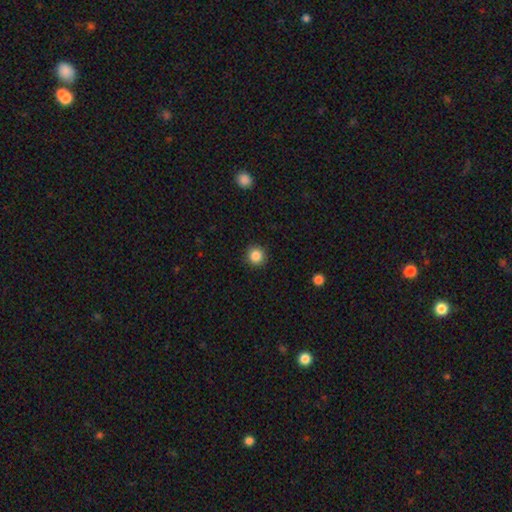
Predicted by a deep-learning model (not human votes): Morphology: type=smooth (86%); roundness=round (94%); merging=none (91%).